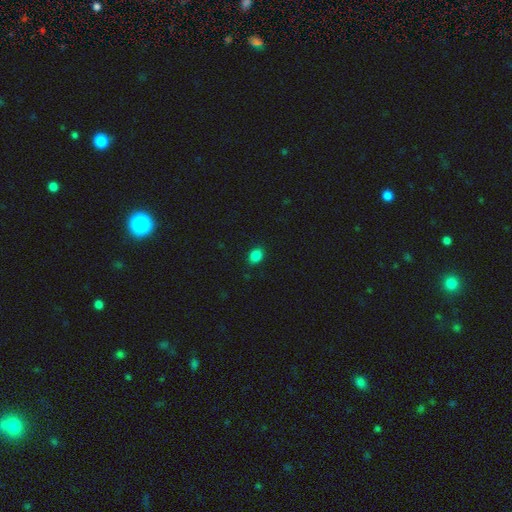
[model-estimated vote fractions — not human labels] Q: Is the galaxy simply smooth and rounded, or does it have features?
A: smooth — 86%.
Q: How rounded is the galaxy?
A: in between — 66%.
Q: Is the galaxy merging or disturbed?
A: none — 88%.